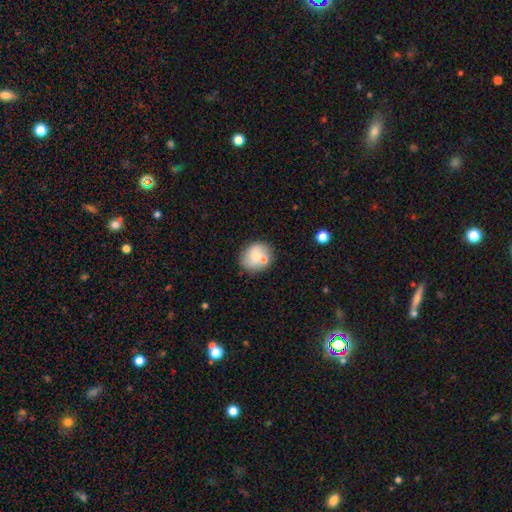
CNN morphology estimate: This is likely a smooth galaxy (70%). How rounded: likely round (76%). Merging: possibly none (60%).